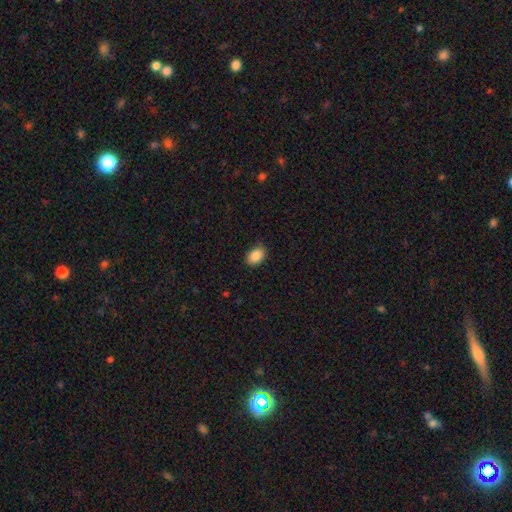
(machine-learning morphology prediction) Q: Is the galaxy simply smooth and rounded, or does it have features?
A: smooth — 88%.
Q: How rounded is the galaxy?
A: in between — 85%.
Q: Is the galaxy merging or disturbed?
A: none — 86%.